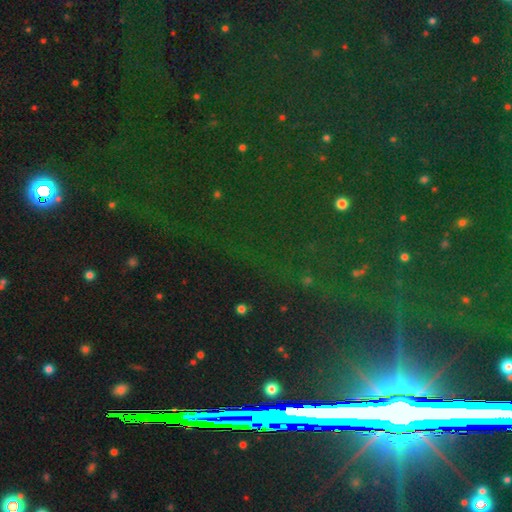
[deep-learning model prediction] A star or artifact, not a galaxy (80%).

Vote fractions:
- Smooth or featured? star or artifact: 80% / featured or disk: 11% / smooth: 9%